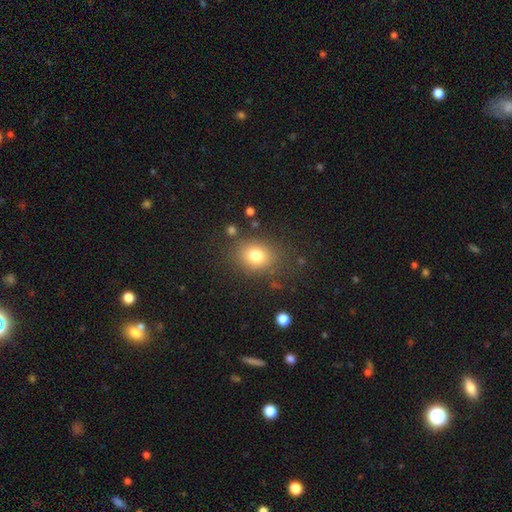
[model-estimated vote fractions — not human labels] smooth_or_featured: smooth (p=0.78) [alt: star or artifact p=0.12]
how_rounded: round (p=0.56) [alt: in between p=0.43]
merging: none (p=0.81) [alt: minor disturbance p=0.11]